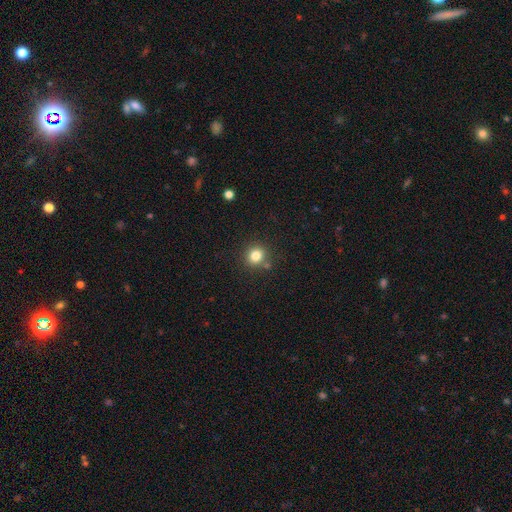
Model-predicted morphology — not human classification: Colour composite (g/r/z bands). It shows a smooth galaxy with no disk features (82%) that is round (86%). Merging: none (80%).